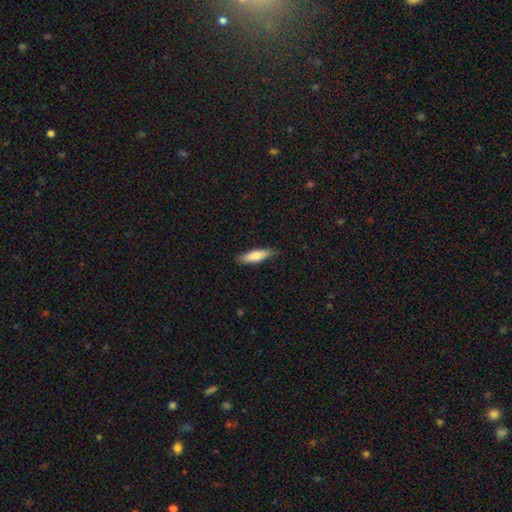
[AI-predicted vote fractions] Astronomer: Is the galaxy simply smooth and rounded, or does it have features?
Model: smooth — 80%.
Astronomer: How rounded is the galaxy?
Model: cigar-shaped — 60% (runner-up: in between, 39%).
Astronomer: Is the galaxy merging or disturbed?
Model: none — 85%.